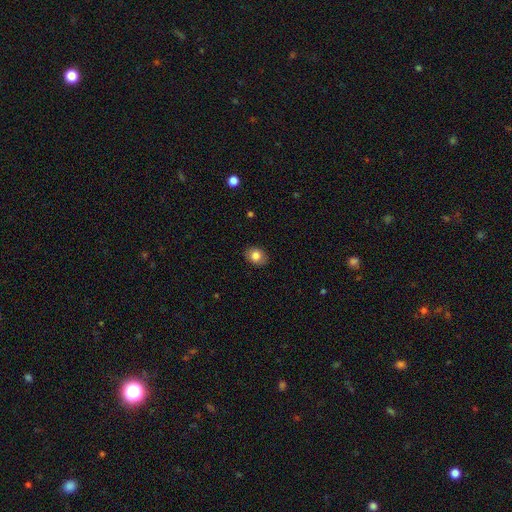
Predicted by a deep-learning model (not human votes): smooth 83%, star or artifact 9%, featured or disk 9%. Down the decision tree: how rounded — in between (59%); merging — none (87%).